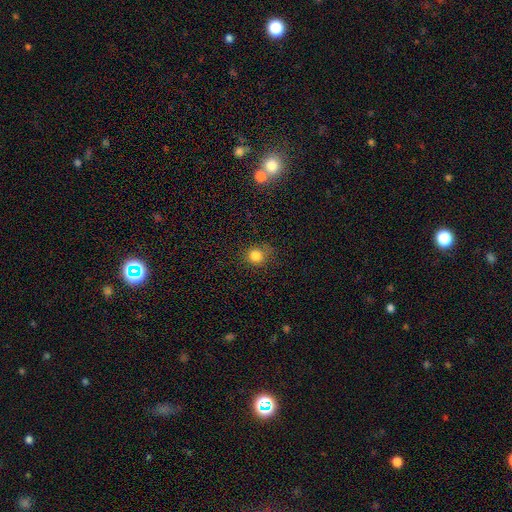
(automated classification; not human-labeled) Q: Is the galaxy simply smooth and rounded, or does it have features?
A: smooth — 81%.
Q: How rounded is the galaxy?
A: round — 82%.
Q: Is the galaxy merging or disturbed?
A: none — 74%.